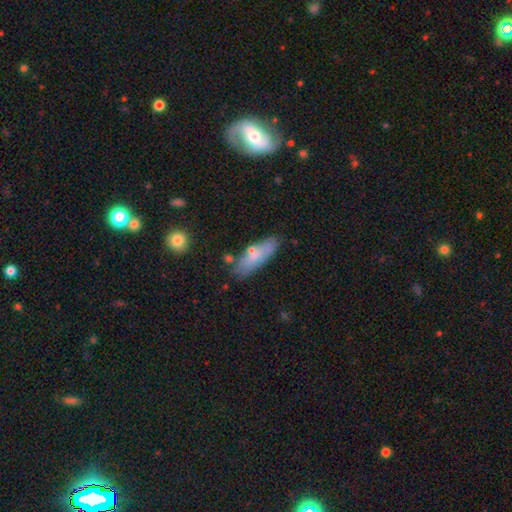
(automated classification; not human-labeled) Smooth or featured?
  - smooth: 68% *
  - featured or disk: 24%
  - star or artifact: 8%
How rounded?
  - in between: 51% *
  - cigar-shaped: 46%
  - round: 3%
Merging?
  - none: 71% *
  - minor disturbance: 18%
  - merger: 6%
  - major disturbance: 5%